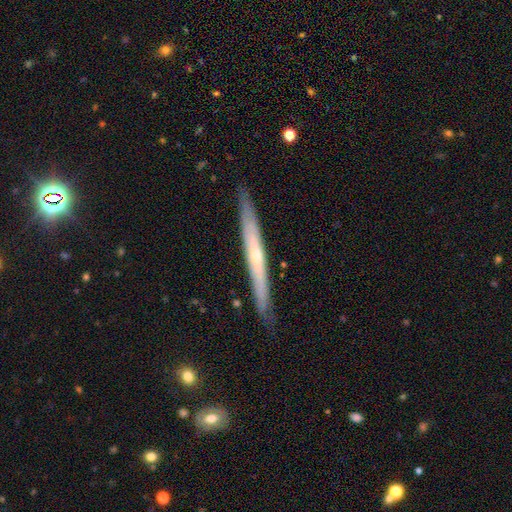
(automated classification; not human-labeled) Morphology: type=featured or disk (65%); edge-on=yes (93%); edge-on bulge=rounded (51%); merging=none (88%).